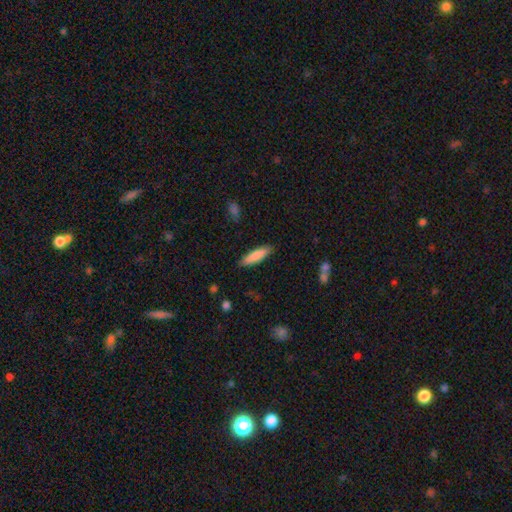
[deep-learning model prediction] The model was most divided on "how rounded": cigar-shaped: 69%, in between: 29%, round: 1%. More confident: merging — none (88%); smooth or featured — smooth (84%).